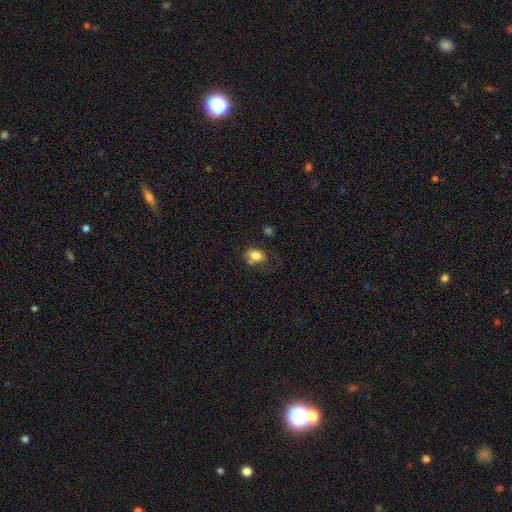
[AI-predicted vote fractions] A smooth galaxy with no disk features (80%) that is in between round and cigar-shaped (55%).

Vote fractions:
- Smooth or featured? smooth: 80% / featured or disk: 10% / star or artifact: 10%
- How rounded? in between: 55% / round: 44% / cigar-shaped: 1%
- Merging? none: 55% / minor disturbance: 25% / merger: 10% / major disturbance: 9%